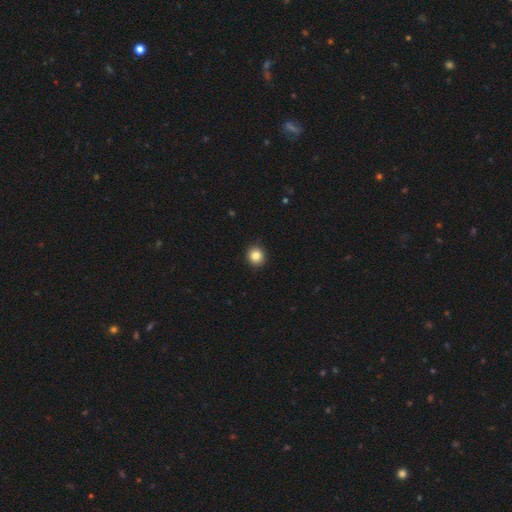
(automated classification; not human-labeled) This appears to be a smooth galaxy with no disk features (85%) that is round (85%). Merging: none (91%).